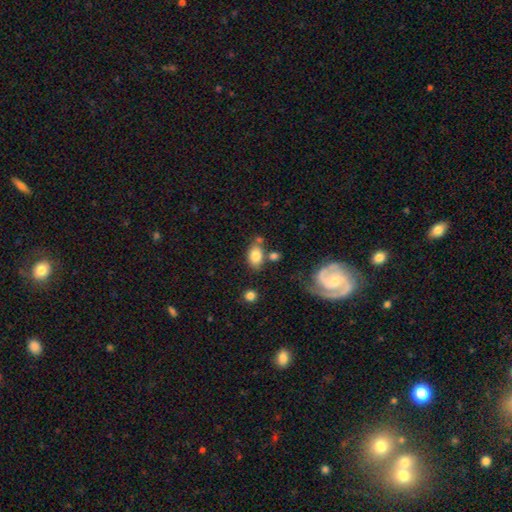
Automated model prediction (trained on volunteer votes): Smooth or featured?
  - smooth: 80% *
  - featured or disk: 12%
  - star or artifact: 9%
How rounded?
  - in between: 85% *
  - round: 14%
  - cigar-shaped: 2%
Merging?
  - none: 65% *
  - minor disturbance: 17%
  - merger: 13%
  - major disturbance: 6%